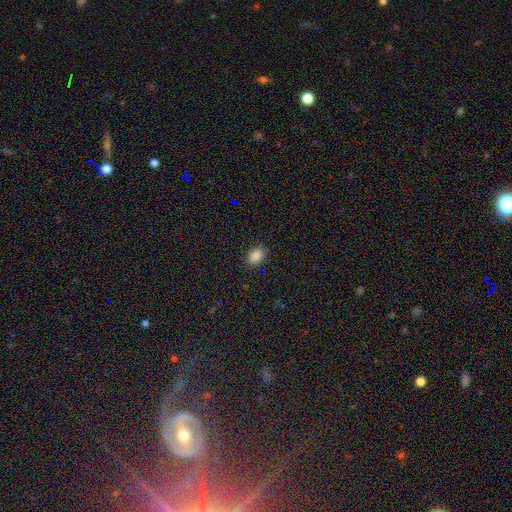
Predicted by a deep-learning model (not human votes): The model was most divided on "how rounded": in between: 84%, round: 15%, cigar-shaped: 1%. More confident: merging — none (88%); smooth or featured — smooth (87%).